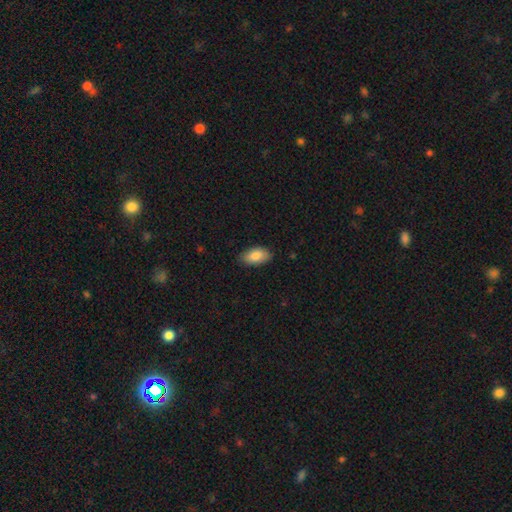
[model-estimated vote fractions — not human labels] Overall: smooth (85%). How rounded: in between (93%). Merging: none (85%).